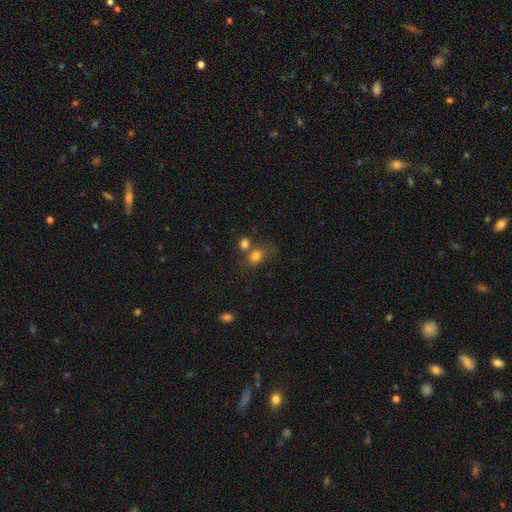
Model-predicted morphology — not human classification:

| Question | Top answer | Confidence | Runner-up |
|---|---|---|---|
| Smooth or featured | smooth | 79% | star or artifact (13%) |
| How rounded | round | 51% | in between (48%) |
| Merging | none | 43% | merger (35%) |